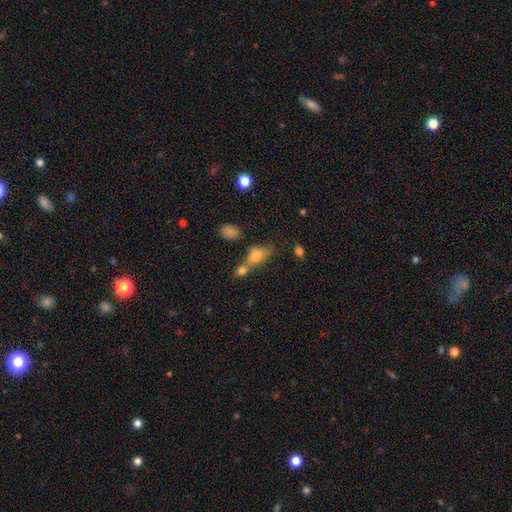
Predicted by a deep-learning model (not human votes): Morphology: type=smooth (73%); roundness=in between (76%); merging=merger (44%).